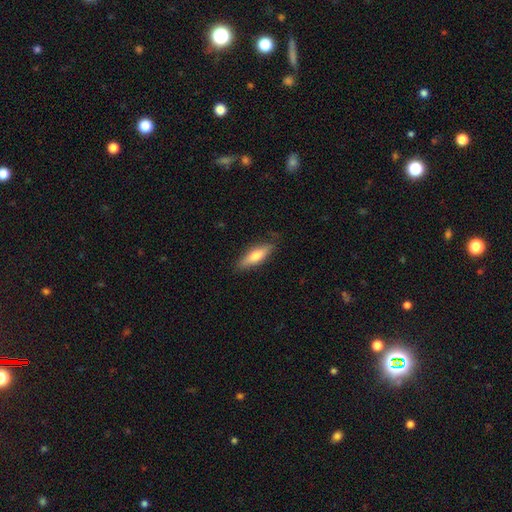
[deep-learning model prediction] A smooth galaxy with no disk features (67%) that is cigar-shaped (57%). Merging: none (84%).